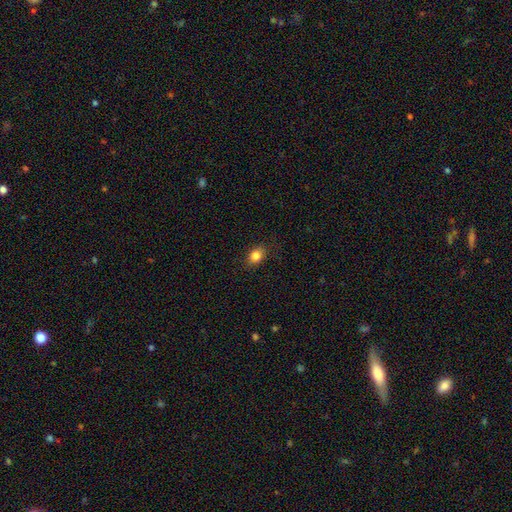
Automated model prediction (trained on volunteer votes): This is clearly a smooth galaxy (84%). How rounded: likely in between (63%). Merging: clearly none (85%).